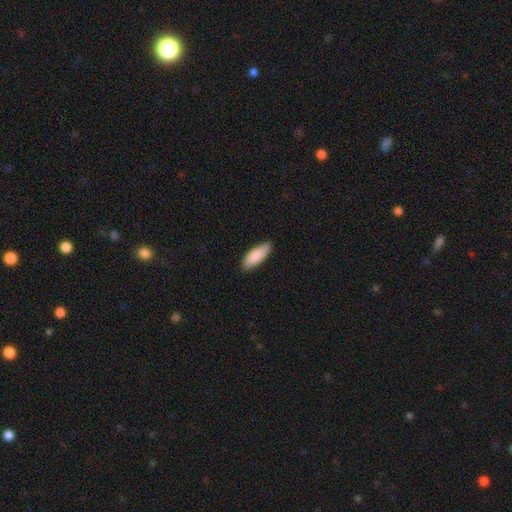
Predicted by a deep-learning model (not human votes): Smooth or featured: smooth — 88% (featured or disk — 6%)
How rounded: in between — 68% (cigar-shaped — 31%)
Merging: none — 85% (minor disturbance — 12%)